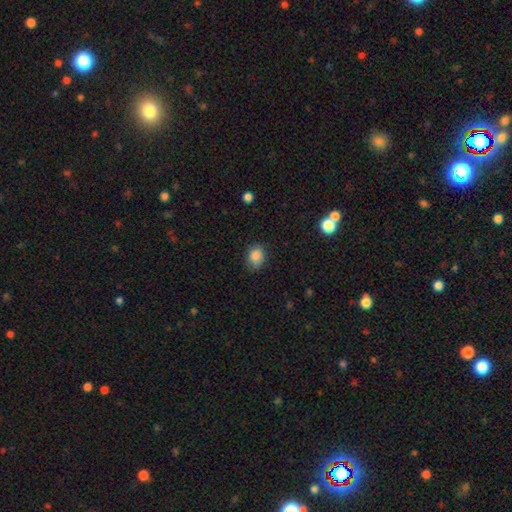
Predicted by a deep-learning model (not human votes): A smooth galaxy with no disk features (86%) that is in between round and cigar-shaped (53%). Merging: none (77%).